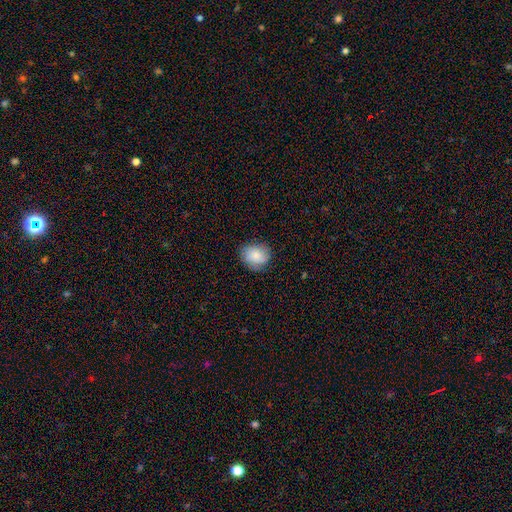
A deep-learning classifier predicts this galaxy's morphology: Overall: smooth (78%). How rounded: round (60%; in between 39%). Merging: none (76%).